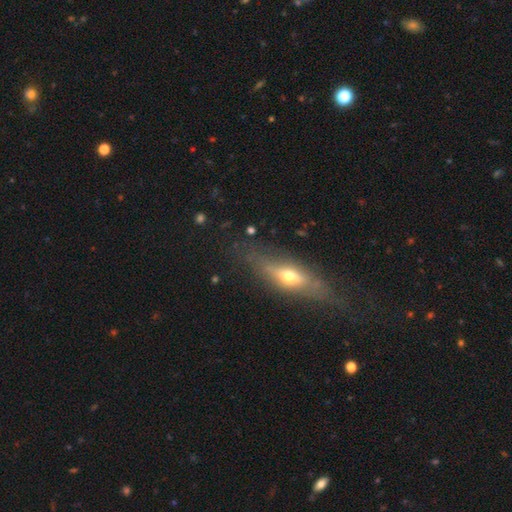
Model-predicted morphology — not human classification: Smooth or featured? featured or disk (56%)
Edge-on disk? yes (75%)
Merging? none (73%)